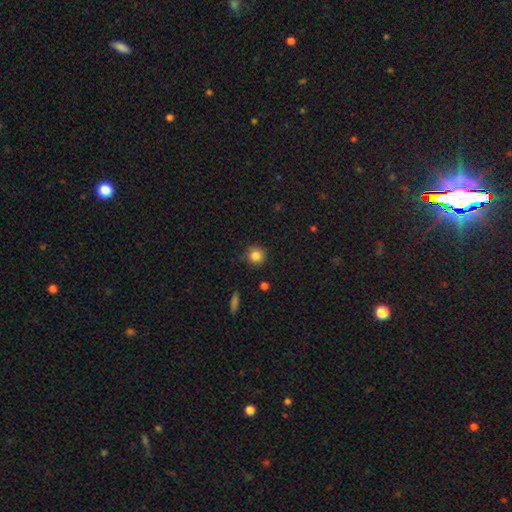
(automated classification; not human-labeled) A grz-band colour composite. It shows a smooth galaxy with no disk features (83%) that is round (93%). Merging: none (85%).